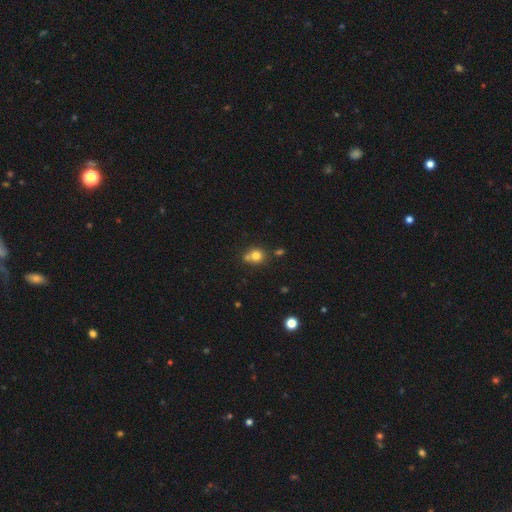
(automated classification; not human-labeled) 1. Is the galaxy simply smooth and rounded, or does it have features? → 77% smooth, 13% star or artifact, 10% featured or disk.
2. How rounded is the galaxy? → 81% round, 18% in between, 1% cigar-shaped.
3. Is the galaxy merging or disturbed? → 57% none, 28% merger, 12% minor disturbance, 4% major disturbance.